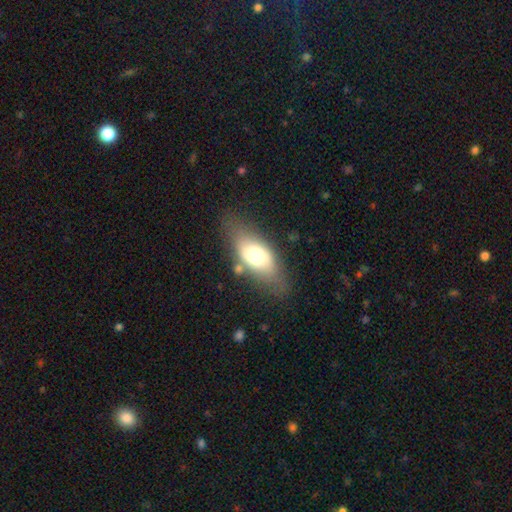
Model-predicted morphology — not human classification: A smooth galaxy with no disk features (61%) that is in between round and cigar-shaped (83%). Merging: none (67%).